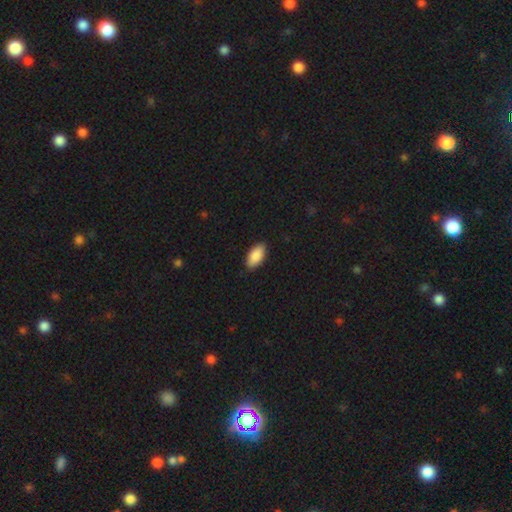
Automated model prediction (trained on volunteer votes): smooth 90%, star or artifact 6%, featured or disk 5%. Down the decision tree: how rounded — in between (94%); merging — none (88%).